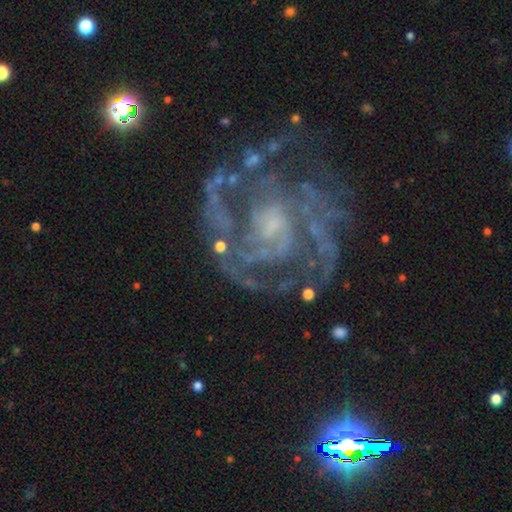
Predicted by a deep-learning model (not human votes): Q: Smooth or featured?
A: featured or disk (86%); runner-up: star or artifact (10%)
Q: Edge-on disk?
A: no (97%); runner-up: yes (3%)
Q: Bar?
A: no (61%); runner-up: weak (30%)
Q: Spiral arms?
A: yes (93%); runner-up: no (7%)
Q: Spiral winding?
A: tight (52%); runner-up: medium (38%)
Q: Spiral arm count?
A: 2 (30%); runner-up: can't tell (28%)
Q: Bulge size?
A: small (50%); runner-up: moderate (23%)
Q: Merging?
A: none (65%); runner-up: minor disturbance (17%)